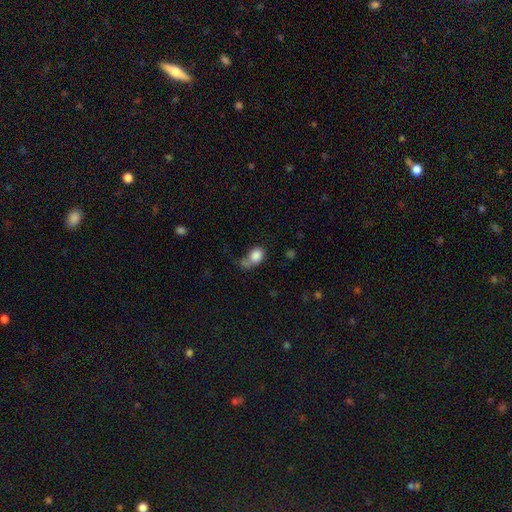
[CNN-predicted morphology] Q: Smooth or featured?
A: smooth (83%); runner-up: star or artifact (9%)
Q: How rounded?
A: in between (56%); runner-up: round (42%)
Q: Merging?
A: none (33%); runner-up: minor disturbance (24%)